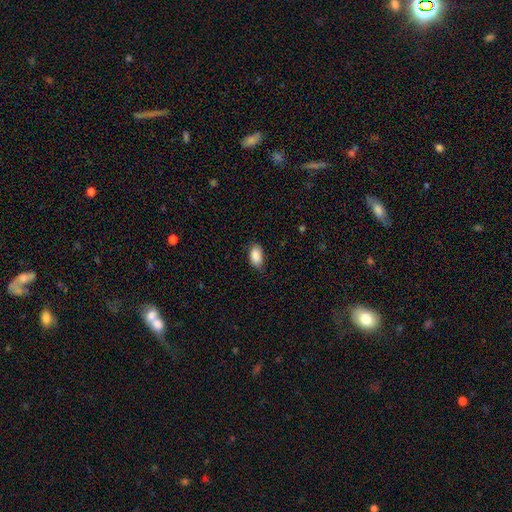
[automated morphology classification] Q: Smooth or featured?
A: smooth (89%); runner-up: star or artifact (7%)
Q: How rounded?
A: in between (92%); runner-up: round (6%)
Q: Merging?
A: none (73%); runner-up: minor disturbance (22%)